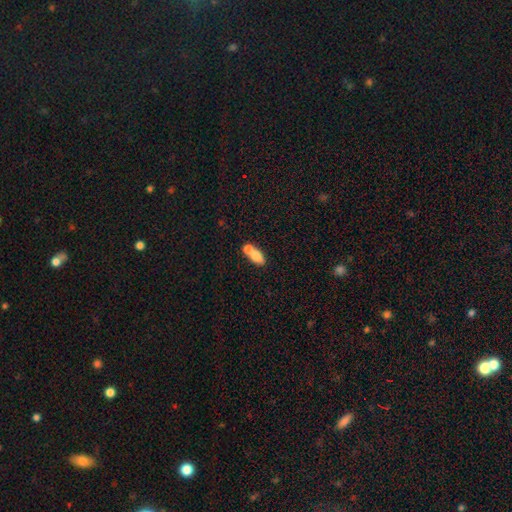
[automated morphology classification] The model was most divided on "merging": merger: 60%, none: 28%, minor disturbance: 8%, major disturbance: 4%. More confident: how rounded — in between (81%); smooth or featured — smooth (76%).